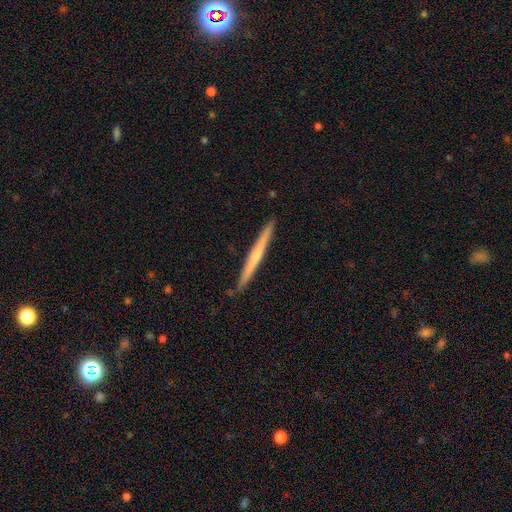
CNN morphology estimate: Q: Smooth or featured?
A: featured or disk (53%); runner-up: smooth (42%)
Q: Edge-on disk?
A: yes (98%); runner-up: no (2%)
Q: Edge-on bulge?
A: none (63%); runner-up: rounded (32%)
Q: Merging?
A: none (91%); runner-up: minor disturbance (7%)